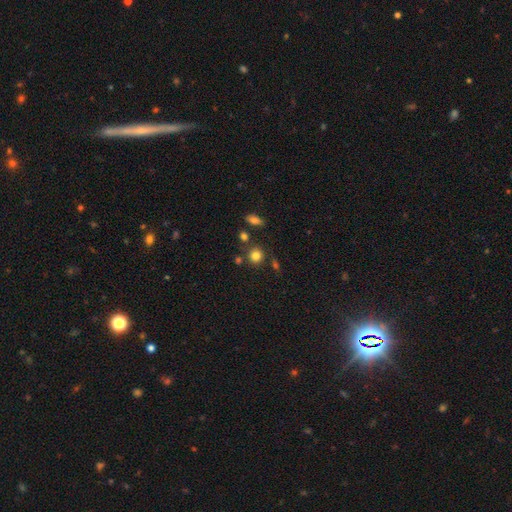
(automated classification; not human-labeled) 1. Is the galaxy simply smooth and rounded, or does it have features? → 81% smooth, 12% star or artifact, 7% featured or disk.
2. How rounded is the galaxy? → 85% round, 14% in between, 1% cigar-shaped.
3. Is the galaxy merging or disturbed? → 79% none, 10% minor disturbance, 8% merger, 3% major disturbance.